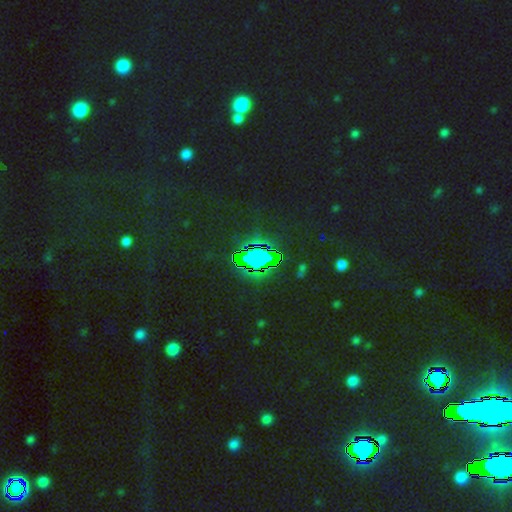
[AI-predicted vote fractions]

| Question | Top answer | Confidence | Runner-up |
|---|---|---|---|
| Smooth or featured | star or artifact | 76% | smooth (14%) |